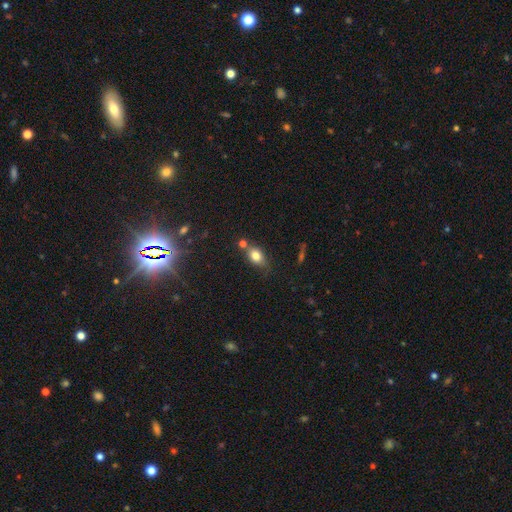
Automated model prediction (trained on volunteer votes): A smooth galaxy with no disk features (78%) that is in between round and cigar-shaped (74%).

Vote fractions:
- Smooth or featured? smooth: 78% / featured or disk: 11% / star or artifact: 10%
- How rounded? in between: 74% / round: 22% / cigar-shaped: 4%
- Merging? none: 58% / minor disturbance: 19% / merger: 17% / major disturbance: 6%